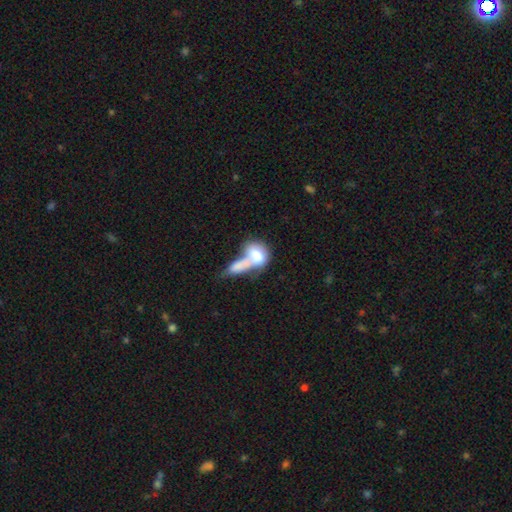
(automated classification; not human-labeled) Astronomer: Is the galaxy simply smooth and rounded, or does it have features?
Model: smooth — 72%.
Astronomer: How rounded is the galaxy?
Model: in between — 78%.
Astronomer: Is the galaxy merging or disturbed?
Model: merger — 73%.